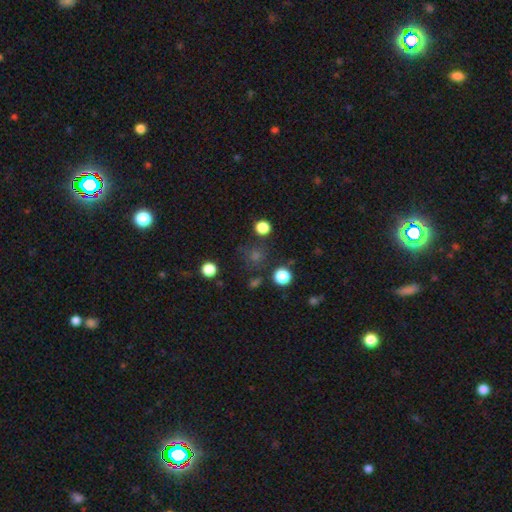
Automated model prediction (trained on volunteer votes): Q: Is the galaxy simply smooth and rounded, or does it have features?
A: smooth — 51%.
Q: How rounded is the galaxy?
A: round — 92%.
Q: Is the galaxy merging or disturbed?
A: none — 81%.